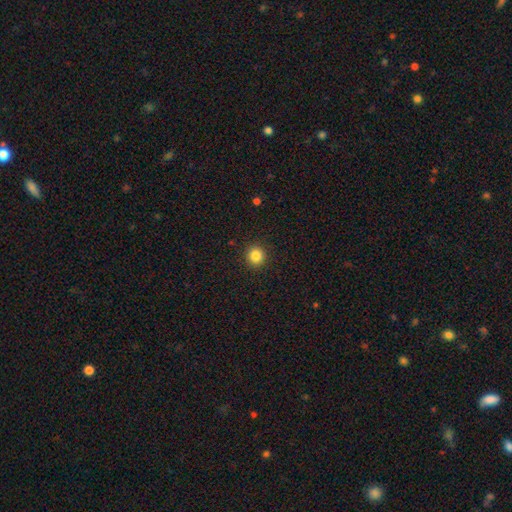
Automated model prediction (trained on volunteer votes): smooth-or-featured: smooth: 85% | star or artifact: 11% | featured or disk: 4%
  how-rounded: round: 92% | in between: 7% | cigar-shaped: 1%
  merging: none: 92% | minor disturbance: 5% | major disturbance: 2% | merger: 1%